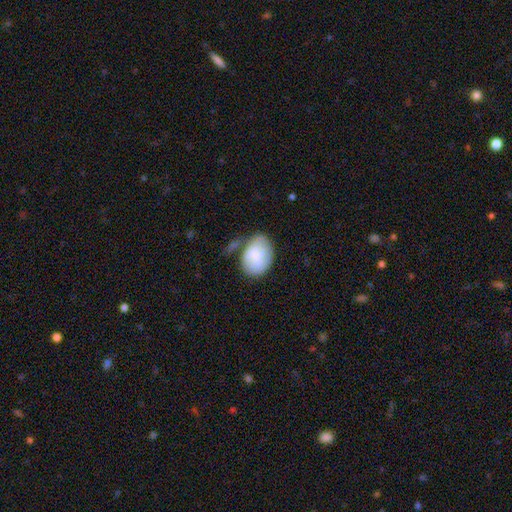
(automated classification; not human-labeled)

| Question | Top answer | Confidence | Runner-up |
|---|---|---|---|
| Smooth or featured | smooth | 77% | featured or disk (17%) |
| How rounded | in between | 73% | round (25%) |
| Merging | none | 44% | minor disturbance (29%) |